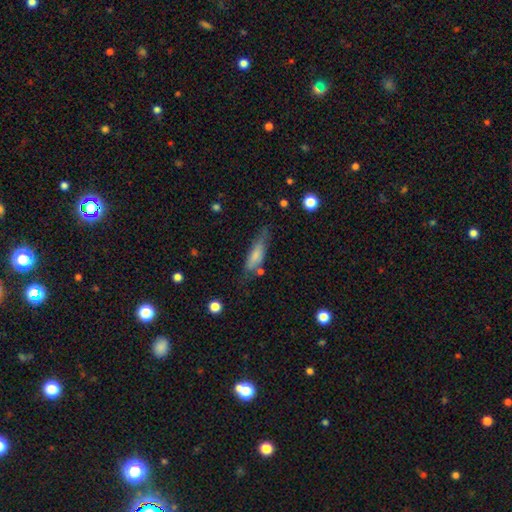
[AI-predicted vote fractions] The model was most divided on "how rounded": cigar-shaped: 55%, in between: 42%, round: 2%. More confident: smooth or featured — smooth (69%); merging — none (52%).